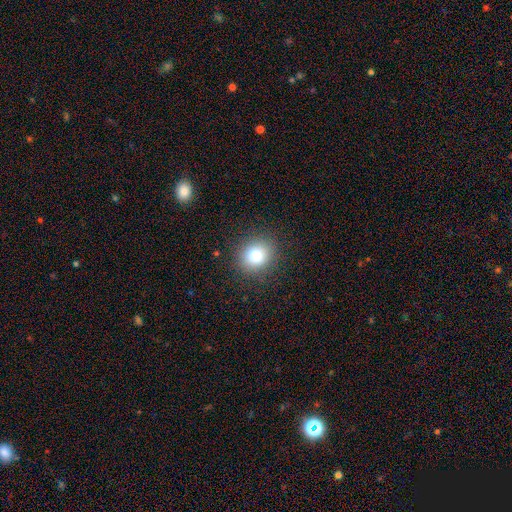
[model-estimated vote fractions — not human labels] Overall: smooth (83%). How rounded: round (78%). Merging: none (87%).